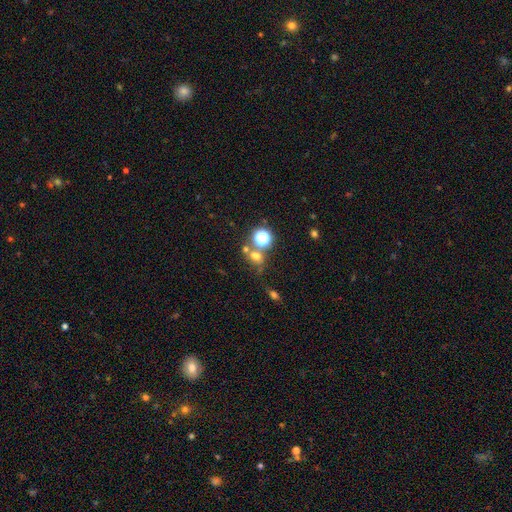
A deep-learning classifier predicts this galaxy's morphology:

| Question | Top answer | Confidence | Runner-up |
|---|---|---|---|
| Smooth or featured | smooth | 56% | star or artifact (31%) |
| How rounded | round | 59% | in between (38%) |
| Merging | none | 50% | merger (29%) |